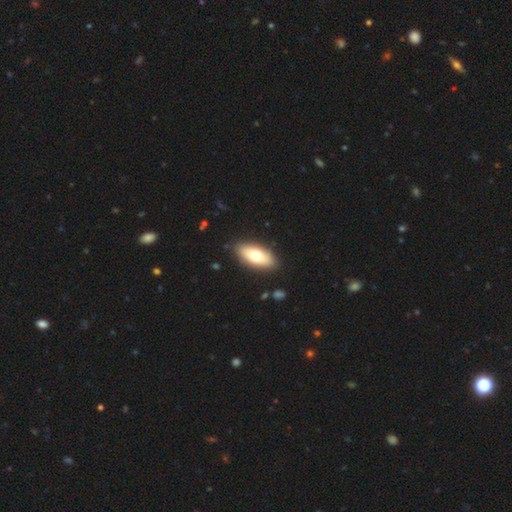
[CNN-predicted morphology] This is likely a smooth galaxy (69%). How rounded: clearly in between (84%). Merging: clearly none (88%).